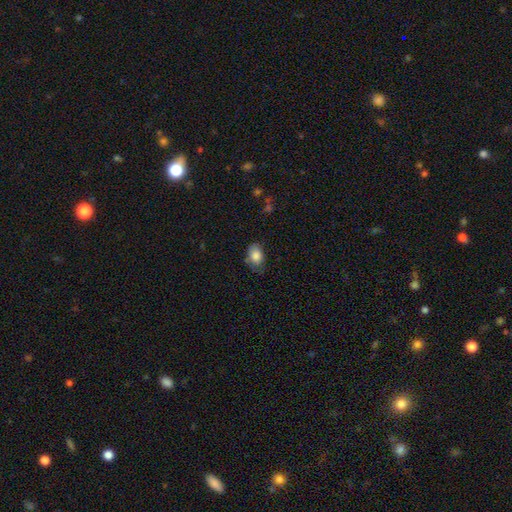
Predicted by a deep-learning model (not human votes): Smooth or featured? smooth (85%)
How rounded? in between (80%)
Merging? none (68%)